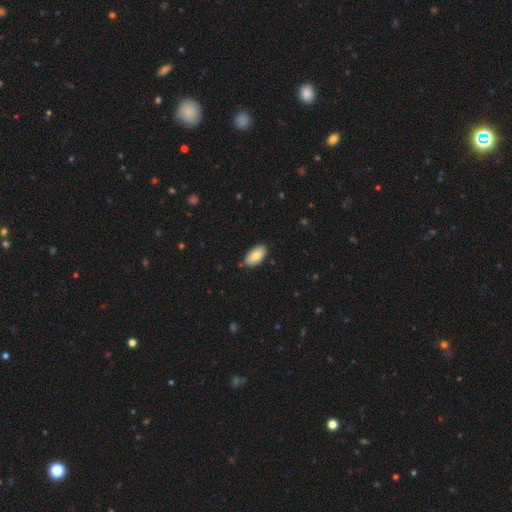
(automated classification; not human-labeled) This is likely a smooth galaxy (78%). How rounded: clearly in between (95%). Merging: clearly none (86%).